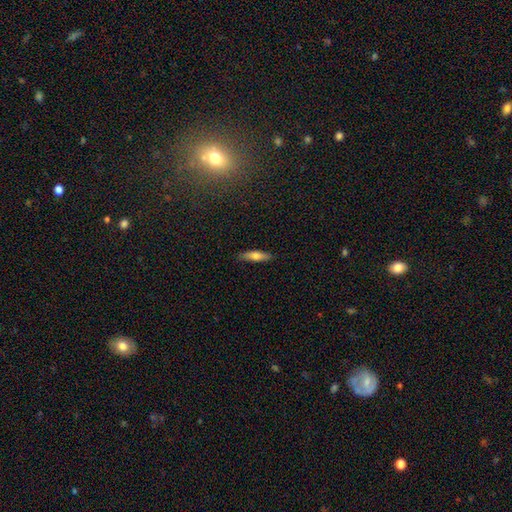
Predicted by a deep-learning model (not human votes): smooth_or_featured: smooth (p=0.65) [alt: featured or disk p=0.28]
how_rounded: cigar-shaped (p=0.61) [alt: in between p=0.37]
merging: none (p=0.88) [alt: minor disturbance p=0.09]